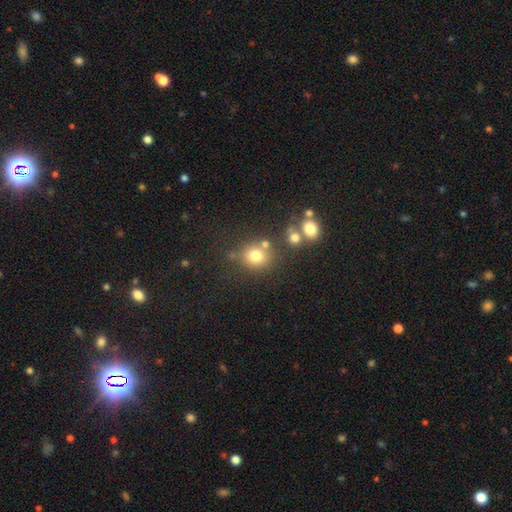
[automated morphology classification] This appears to be a smooth galaxy with no disk features (75%) that is round (83%). Merging: none (67%).